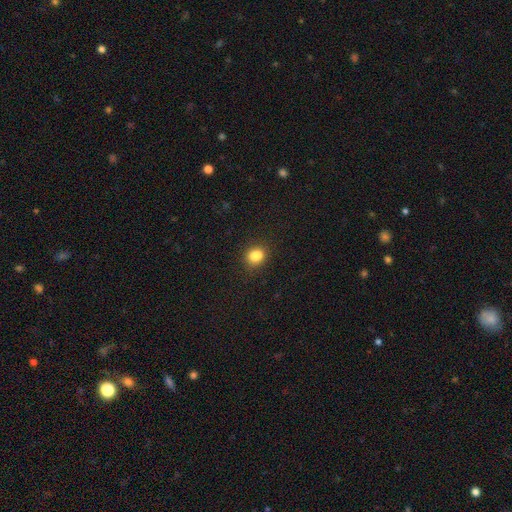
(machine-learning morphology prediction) This appears to be a smooth galaxy with no disk features (84%) that is round (56%). Merging: none (78%).